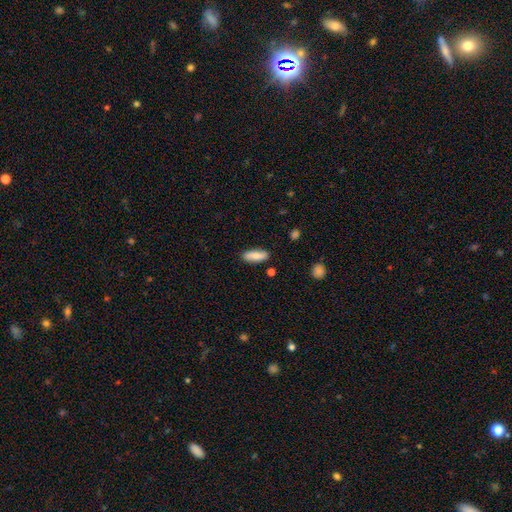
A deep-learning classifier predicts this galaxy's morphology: Smooth or featured?
  - smooth: 83% *
  - featured or disk: 11%
  - star or artifact: 6%
How rounded?
  - in between: 64% *
  - cigar-shaped: 33%
  - round: 2%
Merging?
  - none: 87% *
  - minor disturbance: 9%
  - merger: 2%
  - major disturbance: 2%